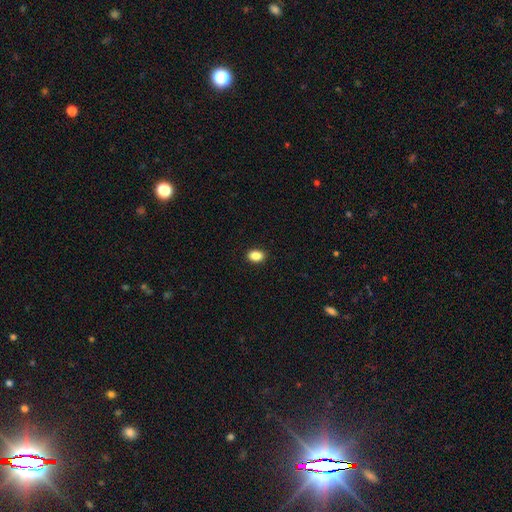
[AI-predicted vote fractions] smooth 88%, star or artifact 9%, featured or disk 3%. Down the decision tree: how rounded — in between (80%); merging — none (90%).